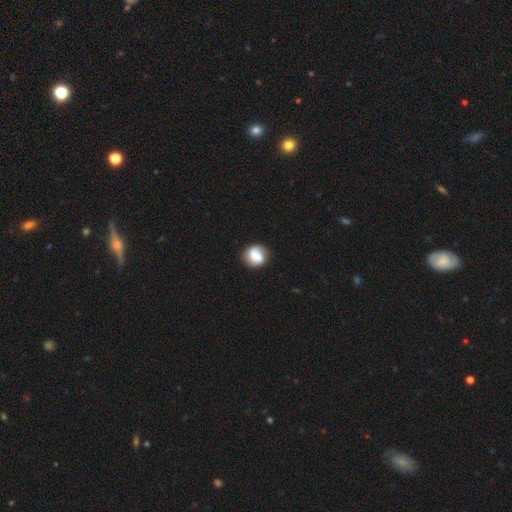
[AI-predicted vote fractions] Smooth or featured?
  - smooth: 58% *
  - featured or disk: 34%
  - star or artifact: 8%
How rounded?
  - round: 78% *
  - in between: 21%
  - cigar-shaped: 1%
Merging?
  - none: 71% *
  - minor disturbance: 19%
  - major disturbance: 8%
  - merger: 2%